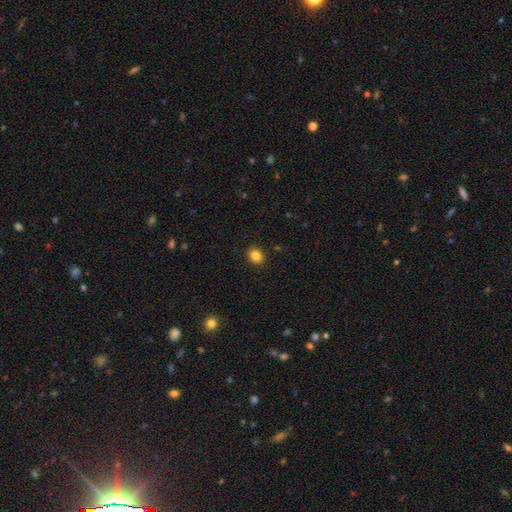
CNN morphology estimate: smooth_or_featured: smooth (p=0.85) [alt: star or artifact p=0.10]
how_rounded: round (p=0.55) [alt: in between p=0.44]
merging: none (p=0.90) [alt: minor disturbance p=0.07]